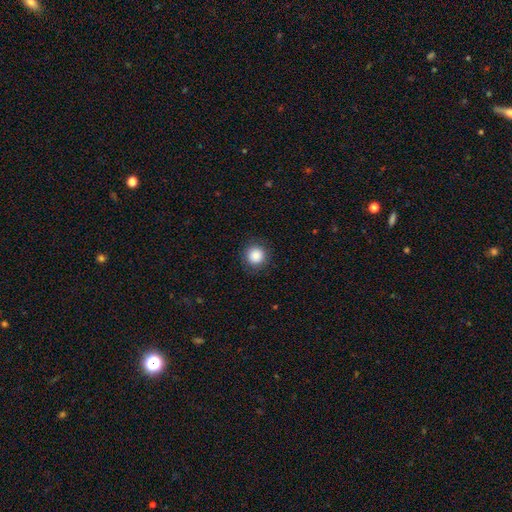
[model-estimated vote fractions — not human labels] Overall: smooth (87%). How rounded: round (94%). Merging: none (90%).